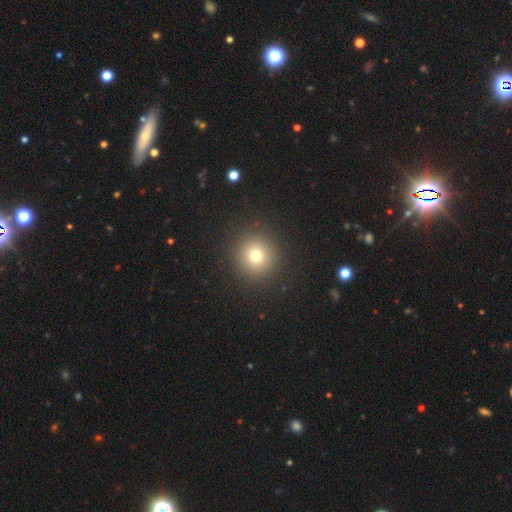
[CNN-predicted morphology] Overall: smooth (75%). How rounded: round (94%). Merging: none (91%).